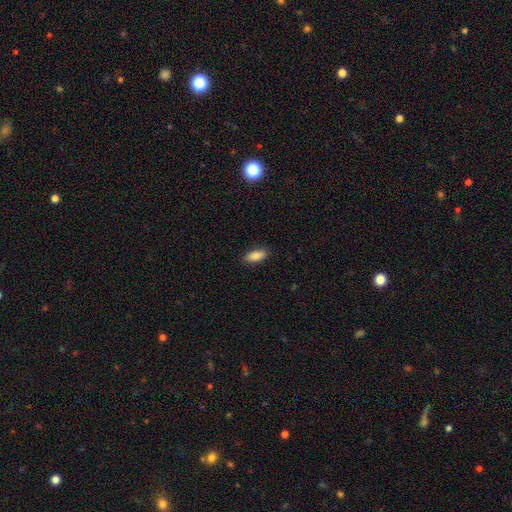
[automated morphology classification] smooth 84%, featured or disk 9%, star or artifact 7%. Down the decision tree: how rounded — in between (82%); merging — none (88%).